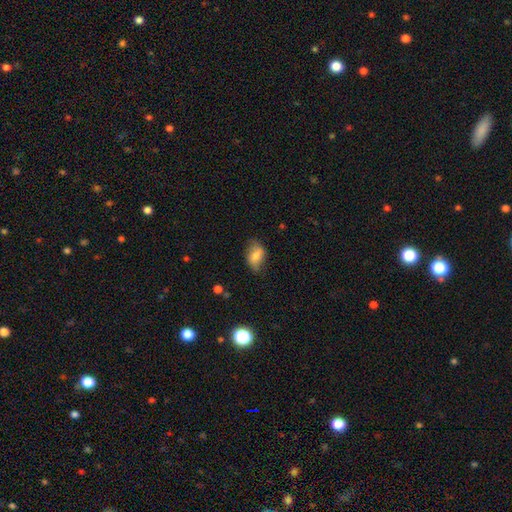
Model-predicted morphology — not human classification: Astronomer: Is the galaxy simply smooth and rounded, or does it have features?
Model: smooth — 71%.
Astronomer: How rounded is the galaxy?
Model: in between — 85%.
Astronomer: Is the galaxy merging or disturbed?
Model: none — 65%.